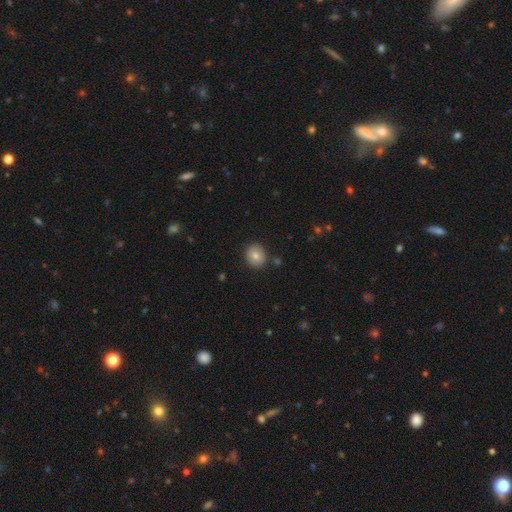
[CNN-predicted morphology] Overall: smooth (80%). How rounded: round (76%). Merging: none (88%).